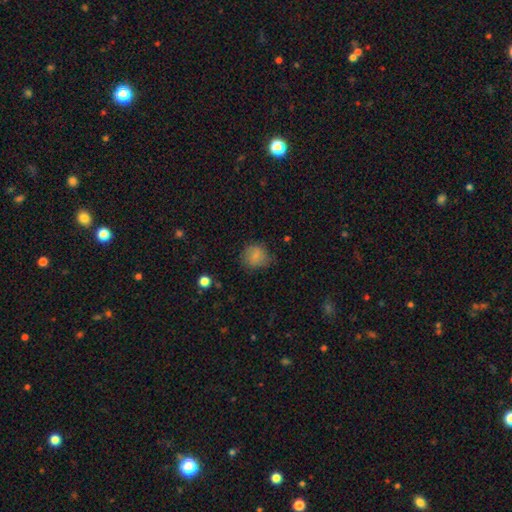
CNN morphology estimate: The model was most divided on "merging": none: 72%, minor disturbance: 21%, major disturbance: 6%, merger: 1%. More confident: smooth or featured — smooth (80%); how rounded — round (78%).